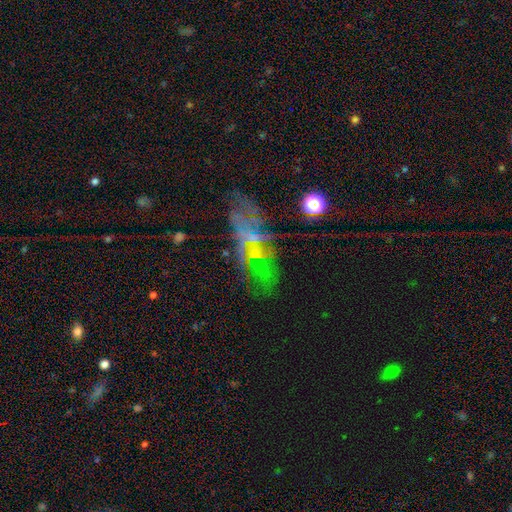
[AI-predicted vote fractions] Smooth or featured?
  - featured or disk: 53% *
  - star or artifact: 25%
  - smooth: 22%
Edge-on disk?
  - no: 87% *
  - yes: 13%
Merging?
  - none: 55% *
  - minor disturbance: 19%
  - major disturbance: 18%
  - merger: 8%